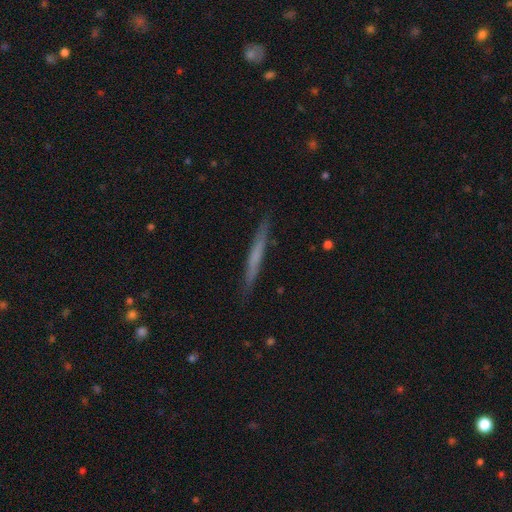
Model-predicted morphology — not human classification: smooth-or-featured: smooth: 50% | featured or disk: 44% | star or artifact: 6%
  merging: none: 90% | minor disturbance: 8% | major disturbance: 2% | merger: 1%